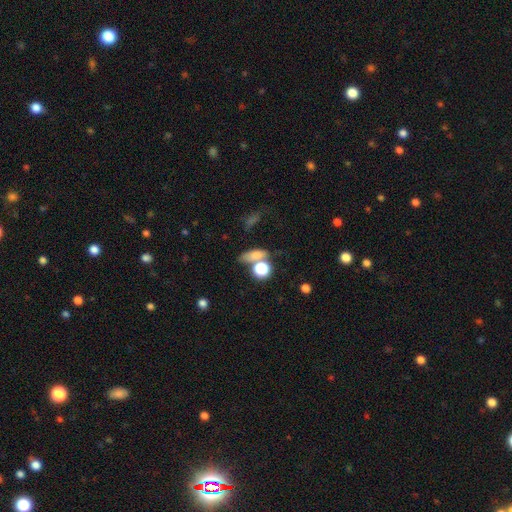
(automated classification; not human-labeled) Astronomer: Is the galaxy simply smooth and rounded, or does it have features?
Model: smooth — 69%.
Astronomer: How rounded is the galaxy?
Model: in between — 52% (runner-up: round, 34%).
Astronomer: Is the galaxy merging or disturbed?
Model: none — 50% (runner-up: merger, 30%).